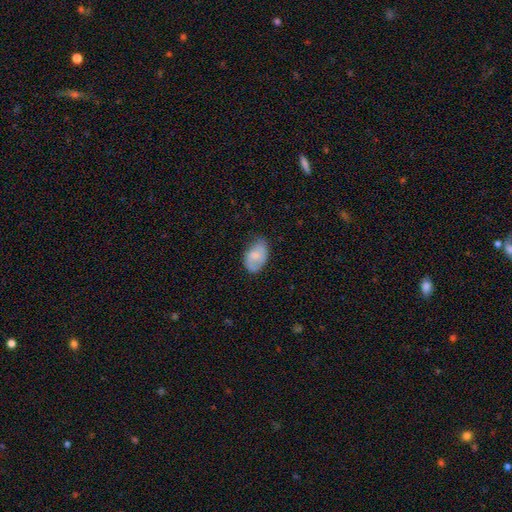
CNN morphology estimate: A smooth galaxy with no disk features (67%) that is in between round and cigar-shaped (89%).

Vote fractions:
- Smooth or featured? smooth: 67% / featured or disk: 26% / star or artifact: 7%
- How rounded? in between: 89% / round: 10% / cigar-shaped: 1%
- Merging? none: 62% / minor disturbance: 29% / major disturbance: 8% / merger: 1%